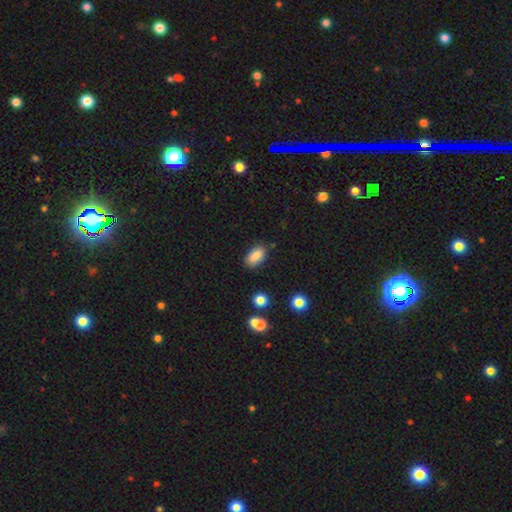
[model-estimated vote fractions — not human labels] This appears to be a smooth galaxy with no disk features (87%) that is in between round and cigar-shaped (91%). Merging: none (81%).